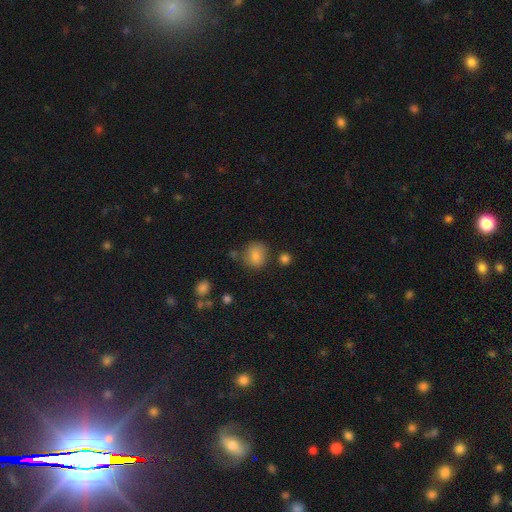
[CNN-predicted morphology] This appears to be a smooth galaxy with no disk features (83%) that is round (72%). Merging: none (70%).